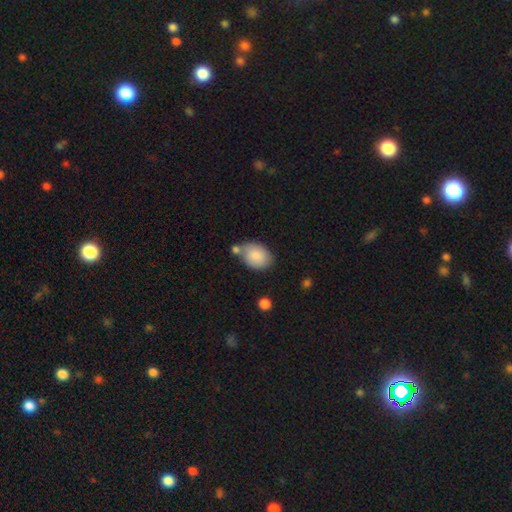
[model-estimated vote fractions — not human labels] Morphology: type=smooth (85%); roundness=in between (80%); merging=none (57%).